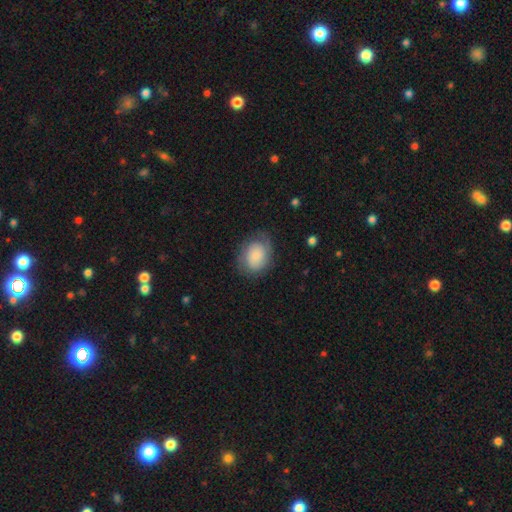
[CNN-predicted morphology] This is likely a smooth galaxy (68%). How rounded: possibly in between (56%). Merging: likely none (66%).